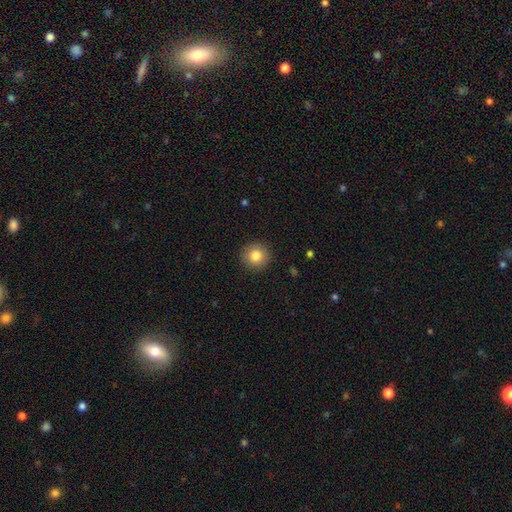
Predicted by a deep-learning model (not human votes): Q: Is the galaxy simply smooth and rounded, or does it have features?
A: smooth — 83%.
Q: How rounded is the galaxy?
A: round — 94%.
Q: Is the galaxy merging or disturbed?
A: none — 91%.